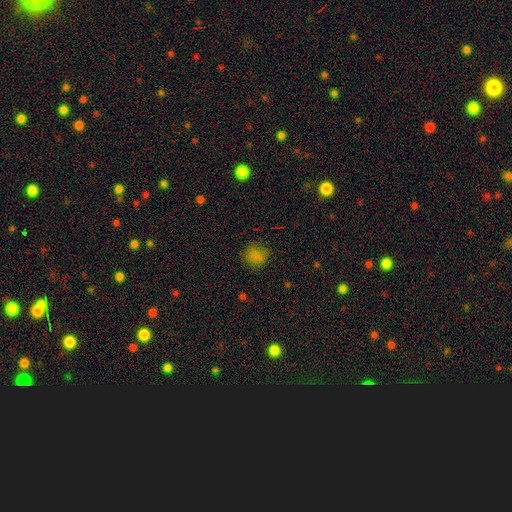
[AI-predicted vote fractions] Smooth or featured: smooth — 76% (star or artifact — 18%)
How rounded: round — 78% (in between — 21%)
Merging: none — 75% (minor disturbance — 17%)